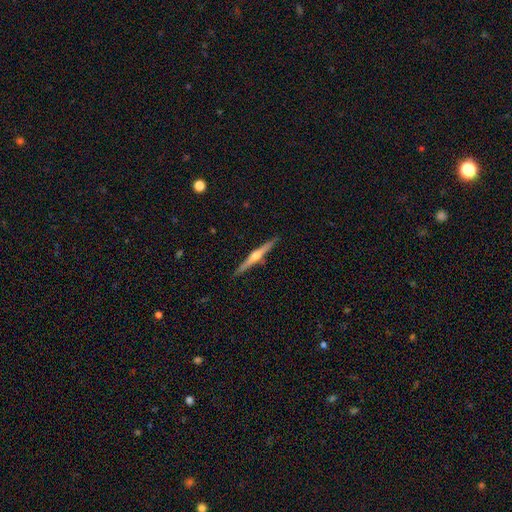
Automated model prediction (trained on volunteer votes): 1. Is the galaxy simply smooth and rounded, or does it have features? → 75% featured or disk, 20% smooth, 5% star or artifact.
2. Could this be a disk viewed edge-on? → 98% yes, 2% no.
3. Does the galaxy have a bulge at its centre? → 91% rounded, 5% none, 4% boxy.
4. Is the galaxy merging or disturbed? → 91% none, 6% minor disturbance, 1% major disturbance, 1% merger.